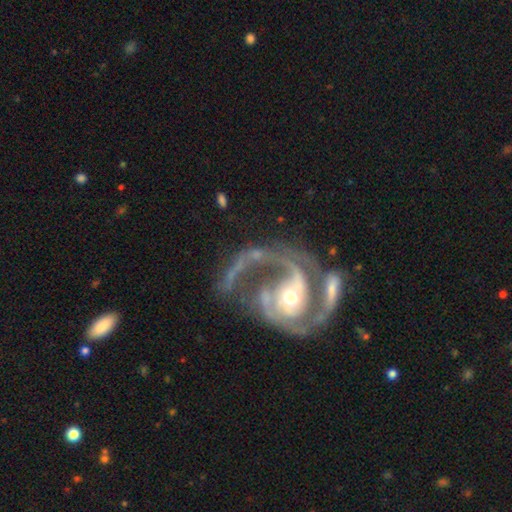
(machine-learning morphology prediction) A featured or disk galaxy (90%) with no bar (54%), 2 (68%) medium (49%) spiral arms (95%) and a moderate central bulge (67%).

Vote fractions:
- Smooth or featured? featured or disk: 90% / smooth: 5% / star or artifact: 5%
- Edge-on disk? no: 97% / yes: 3%
- Bar? no: 54% / weak: 28% / strong: 18%
- Spiral arms? yes: 95% / no: 5%
- Spiral winding? medium: 49% / tight: 29% / loose: 22%
- Spiral arm count? 2: 68% / 3: 10% / 1: 9% / can't tell: 8% / 4: 3% / more than 4: 3%
- Bulge size? moderate: 67% / small: 25% / large: 6% / none: 1% / dominant: 1%
- Merging? none: 30% / major disturbance: 28% / merger: 26% / minor disturbance: 16%